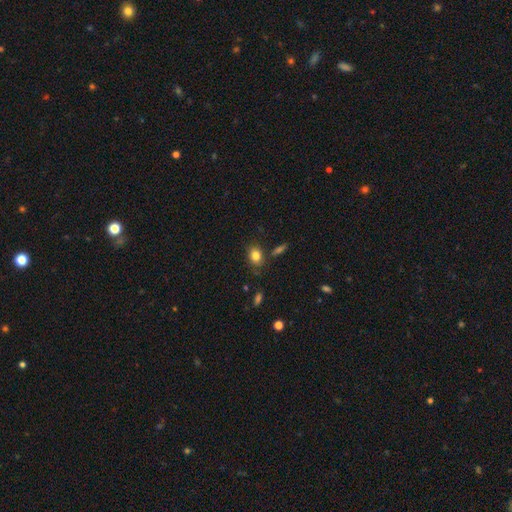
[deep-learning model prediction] The model was most divided on "how rounded": in between: 58%, round: 41%, cigar-shaped: 2%. More confident: smooth or featured — smooth (82%); merging — none (76%).